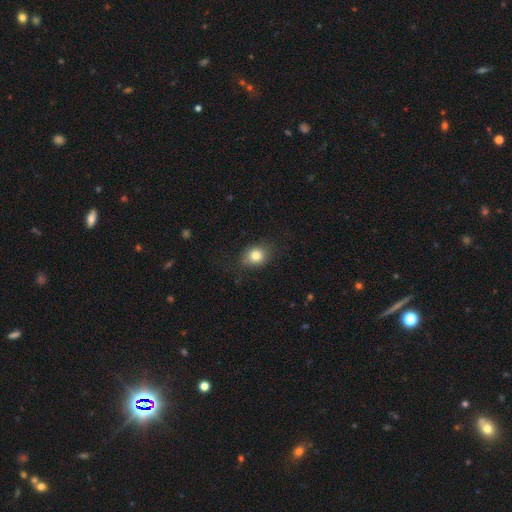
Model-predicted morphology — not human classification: A smooth galaxy with no disk features (81%) that is round (63%).

Vote fractions:
- Smooth or featured? smooth: 81% / star or artifact: 10% / featured or disk: 9%
- How rounded? round: 63% / in between: 36% / cigar-shaped: 1%
- Merging? none: 79% / minor disturbance: 15% / major disturbance: 4% / merger: 1%